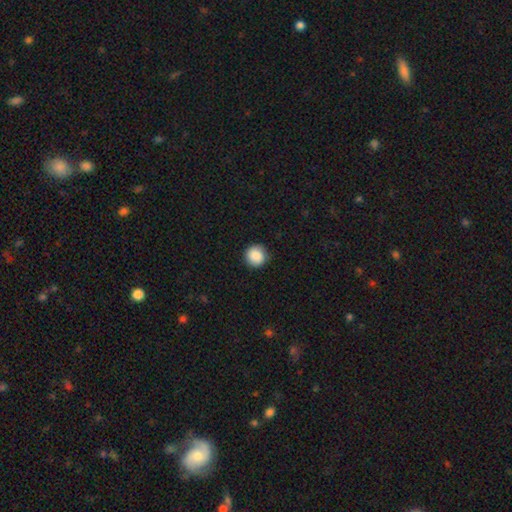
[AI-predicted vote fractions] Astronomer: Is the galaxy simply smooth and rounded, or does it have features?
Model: smooth — 88%.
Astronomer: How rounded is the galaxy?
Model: round — 93%.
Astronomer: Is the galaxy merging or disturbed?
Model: none — 87%.